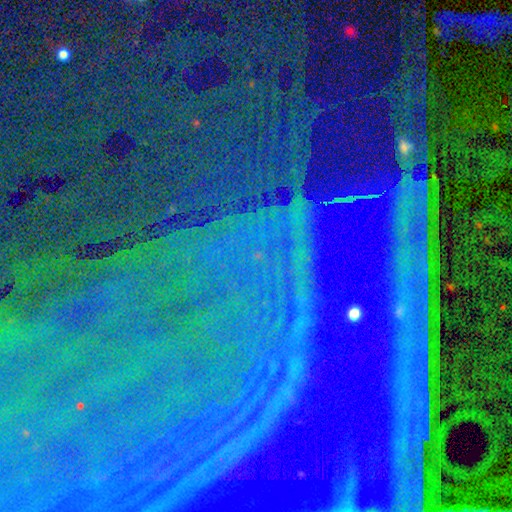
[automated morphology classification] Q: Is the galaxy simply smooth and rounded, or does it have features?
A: star or artifact — 87%.